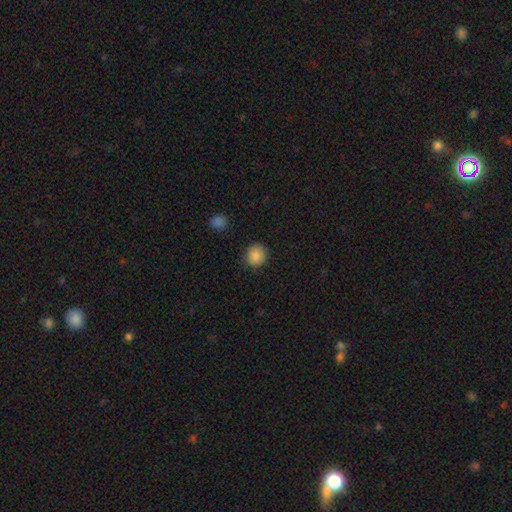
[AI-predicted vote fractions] Smooth or featured?
  - smooth: 87% *
  - star or artifact: 9%
  - featured or disk: 3%
How rounded?
  - round: 88% *
  - in between: 11%
  - cigar-shaped: 1%
Merging?
  - none: 88% *
  - minor disturbance: 8%
  - major disturbance: 3%
  - merger: 1%